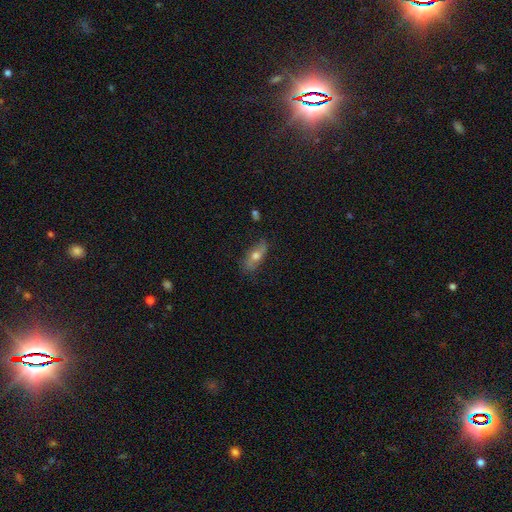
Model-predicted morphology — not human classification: Overall: smooth (54%; featured or disk 38%). How rounded: in between (69%). Merging: none (77%).